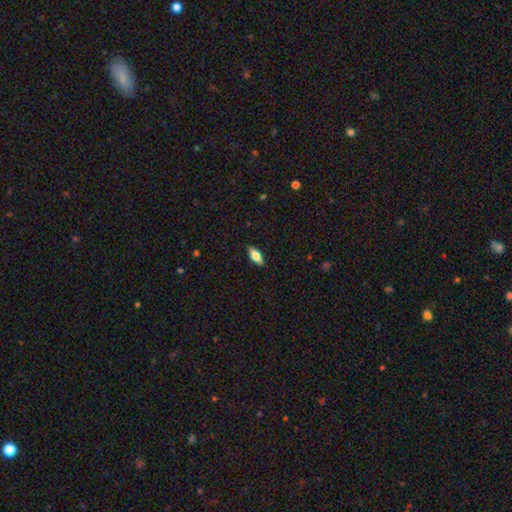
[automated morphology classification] Overall: smooth (70%). How rounded: in between (79%). Merging: none (88%).